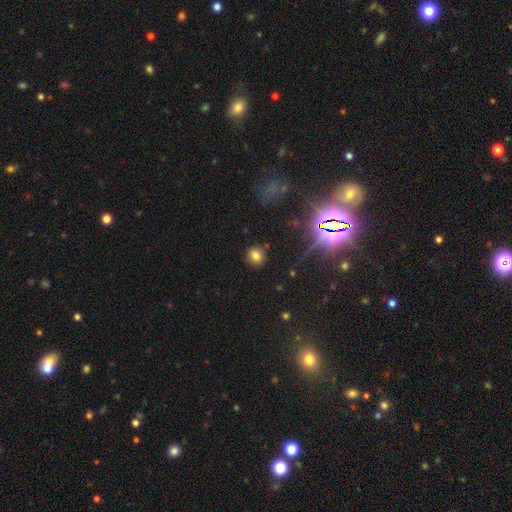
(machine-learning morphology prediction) Smooth or featured?
  - smooth: 73% *
  - star or artifact: 19%
  - featured or disk: 8%
How rounded?
  - round: 83% *
  - in between: 16%
  - cigar-shaped: 1%
Merging?
  - none: 86% *
  - minor disturbance: 8%
  - major disturbance: 3%
  - merger: 3%